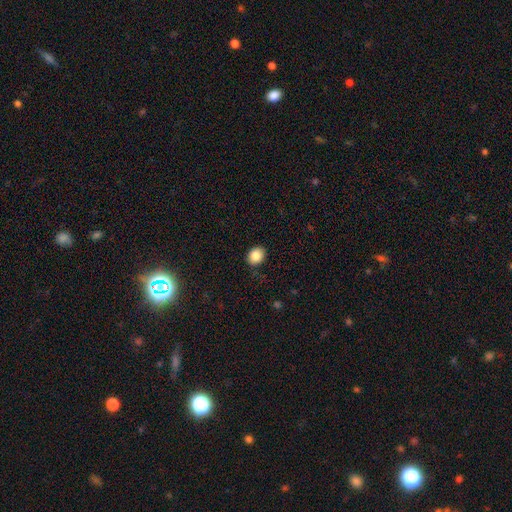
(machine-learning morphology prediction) A smooth galaxy with no disk features (85%) that is round (50%). Merging: none (87%).